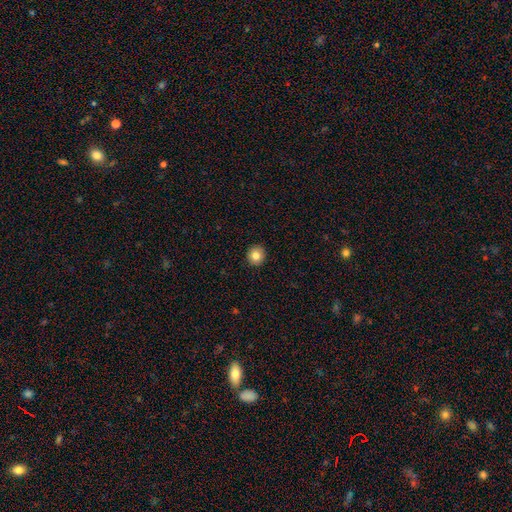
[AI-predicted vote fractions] A smooth galaxy with no disk features (83%) that is round (92%). Merging: none (93%).